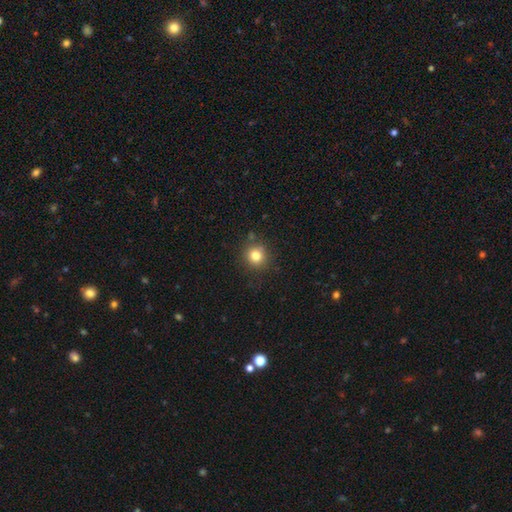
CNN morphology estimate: A smooth galaxy with no disk features (80%) that is round (91%).

Vote fractions:
- Smooth or featured? smooth: 80% / star or artifact: 13% / featured or disk: 7%
- How rounded? round: 91% / in between: 8% / cigar-shaped: 1%
- Merging? none: 84% / minor disturbance: 10% / merger: 4% / major disturbance: 3%